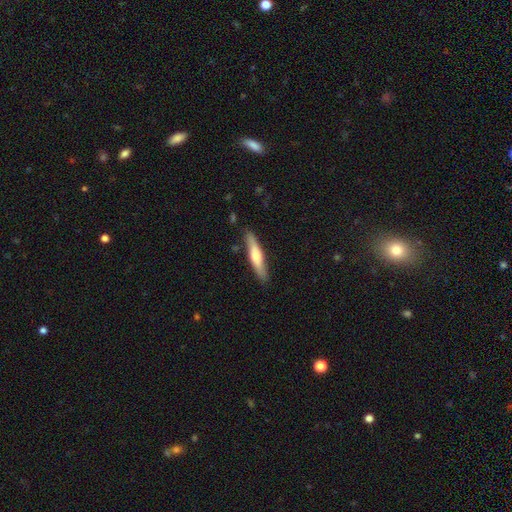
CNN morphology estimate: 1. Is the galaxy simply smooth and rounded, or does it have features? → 54% smooth, 41% featured or disk, 5% star or artifact.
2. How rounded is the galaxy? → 87% cigar-shaped, 11% in between, 1% round.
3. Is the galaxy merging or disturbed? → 85% none, 11% minor disturbance, 2% major disturbance, 2% merger.